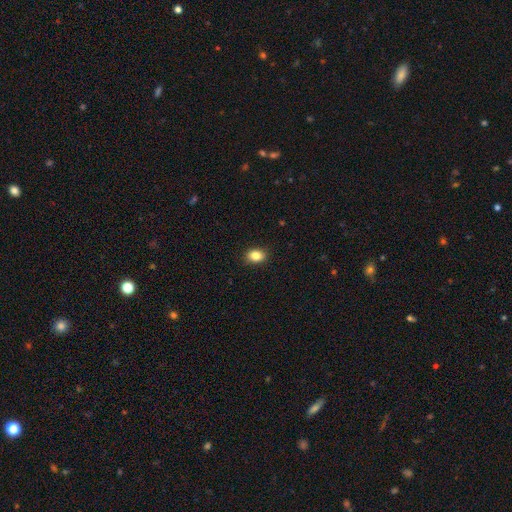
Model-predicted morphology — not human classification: A smooth galaxy with no disk features (86%) that is in between round and cigar-shaped (69%).

Vote fractions:
- Smooth or featured? smooth: 86% / star or artifact: 9% / featured or disk: 5%
- How rounded? in between: 69% / round: 30% / cigar-shaped: 1%
- Merging? none: 89% / minor disturbance: 8% / major disturbance: 2% / merger: 1%